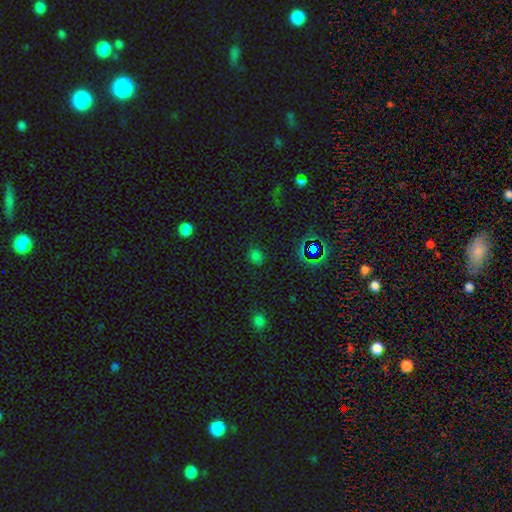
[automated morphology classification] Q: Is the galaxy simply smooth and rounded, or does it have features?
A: smooth — 60%.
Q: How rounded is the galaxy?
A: round — 58%.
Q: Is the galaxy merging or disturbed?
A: none — 81%.